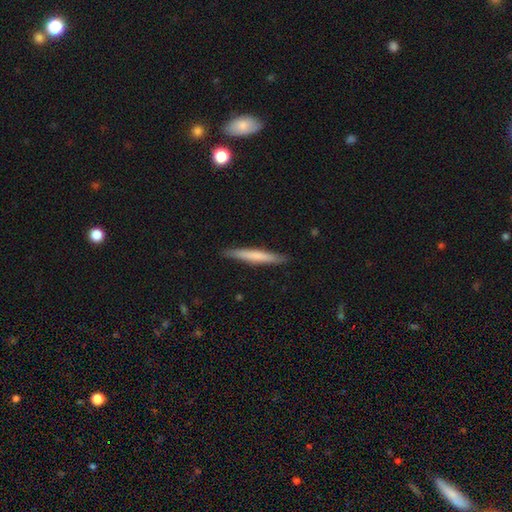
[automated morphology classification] A smooth galaxy with no disk features (66%) that is cigar-shaped (96%).

Vote fractions:
- Smooth or featured? smooth: 66% / featured or disk: 29% / star or artifact: 5%
- How rounded? cigar-shaped: 96% / in between: 3% / round: 1%
- Merging? none: 89% / minor disturbance: 8% / major disturbance: 1% / merger: 1%